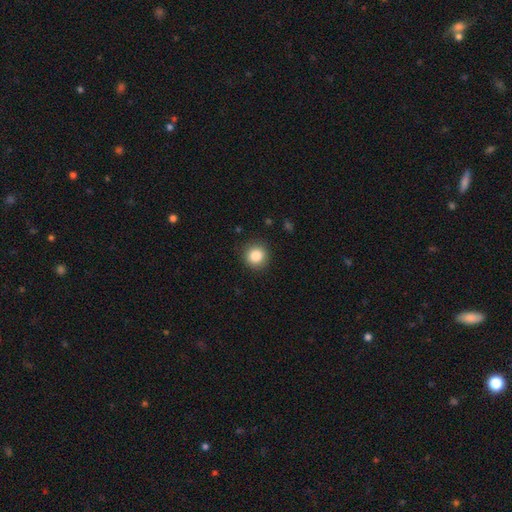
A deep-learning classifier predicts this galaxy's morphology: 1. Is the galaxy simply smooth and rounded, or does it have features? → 85% smooth, 10% star or artifact, 5% featured or disk.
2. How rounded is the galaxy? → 93% round, 6% in between, 1% cigar-shaped.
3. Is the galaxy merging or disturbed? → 90% none, 7% minor disturbance, 2% major disturbance, 1% merger.